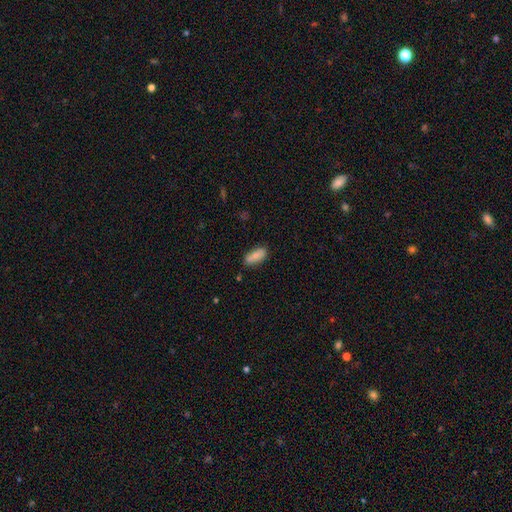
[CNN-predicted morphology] This is likely a smooth galaxy (75%). How rounded: clearly in between (86%). Merging: likely none (77%).